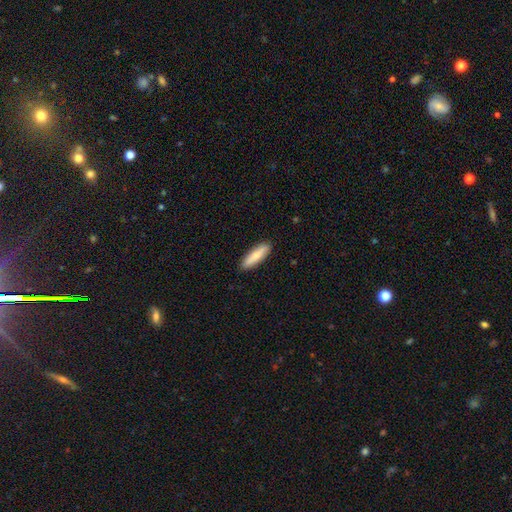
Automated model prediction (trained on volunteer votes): smooth 74%, featured or disk 20%, star or artifact 5%. Down the decision tree: how rounded — cigar-shaped (71%); merging — none (90%).